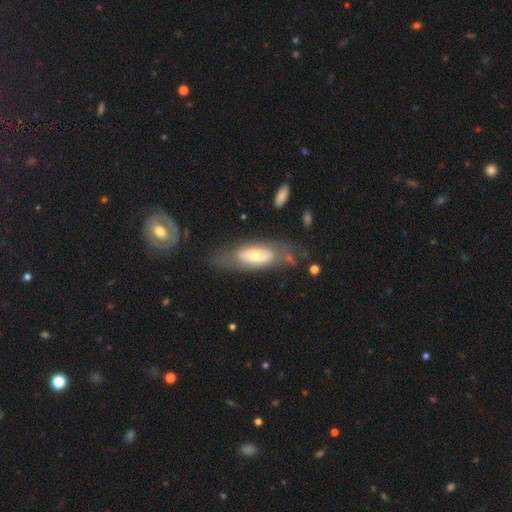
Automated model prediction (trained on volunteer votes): This appears to be a featured or disk galaxy (51%). Merging: none (59%).